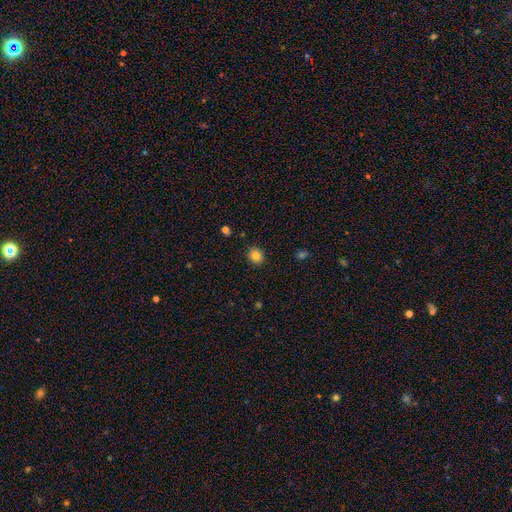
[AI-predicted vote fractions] Overall: smooth (84%). How rounded: round (70%). Merging: none (88%).